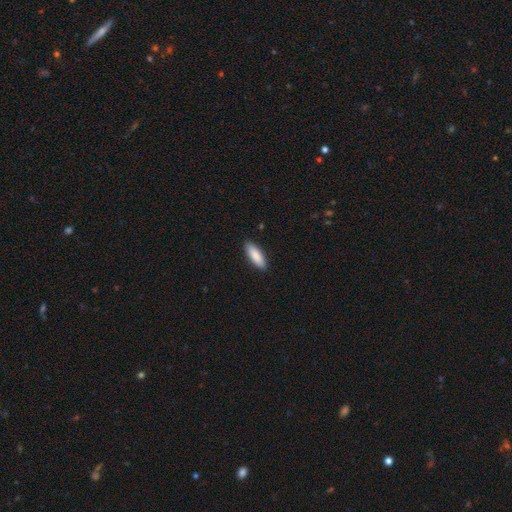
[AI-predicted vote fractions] A smooth galaxy with no disk features (88%) that is in between round and cigar-shaped (57%). Merging: none (90%).